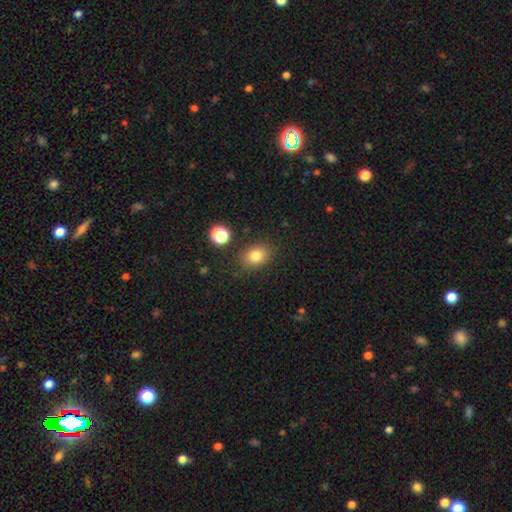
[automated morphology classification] A smooth galaxy with no disk features (81%) that is in between round and cigar-shaped (61%). Merging: none (81%).